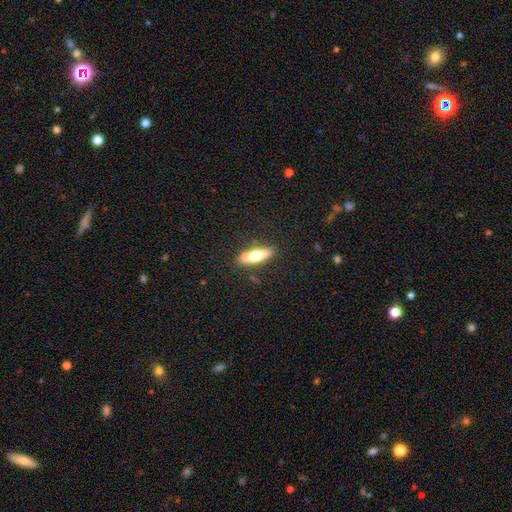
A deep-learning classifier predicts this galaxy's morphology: A smooth galaxy with no disk features (57%) that is cigar-shaped (53%).

Vote fractions:
- Smooth or featured? smooth: 57% / featured or disk: 36% / star or artifact: 7%
- How rounded? cigar-shaped: 53% / in between: 44% / round: 3%
- Merging? none: 60% / merger: 22% / minor disturbance: 14% / major disturbance: 4%